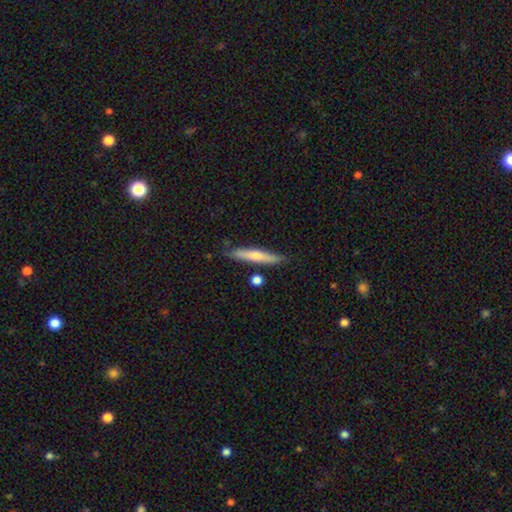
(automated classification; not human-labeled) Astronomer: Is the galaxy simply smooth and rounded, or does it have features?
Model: smooth — 56% (runner-up: featured or disk, 38%).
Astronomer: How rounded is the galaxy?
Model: cigar-shaped — 93%.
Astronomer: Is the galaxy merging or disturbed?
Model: none — 81%.